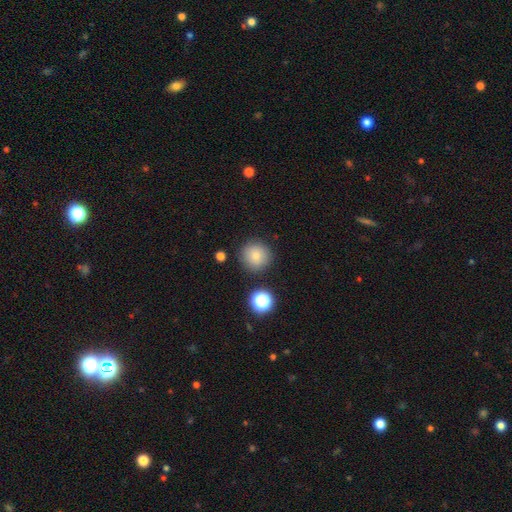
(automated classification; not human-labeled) smooth 80%, star or artifact 11%, featured or disk 8%. Down the decision tree: how rounded — round (95%); merging — none (86%).